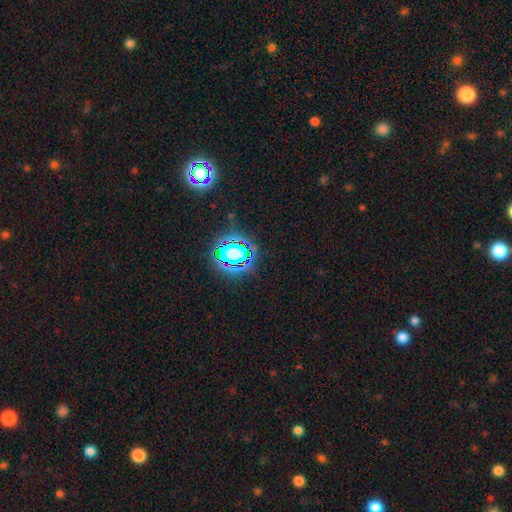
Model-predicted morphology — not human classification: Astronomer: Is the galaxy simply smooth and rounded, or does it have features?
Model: star or artifact — 78%.